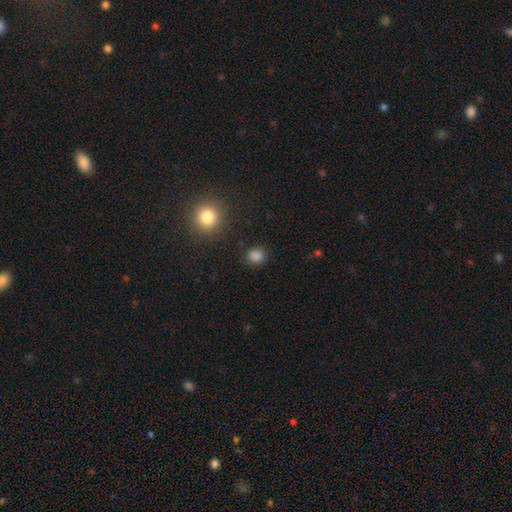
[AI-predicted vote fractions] A smooth galaxy with no disk features (83%) that is round (79%). Merging: none (86%).